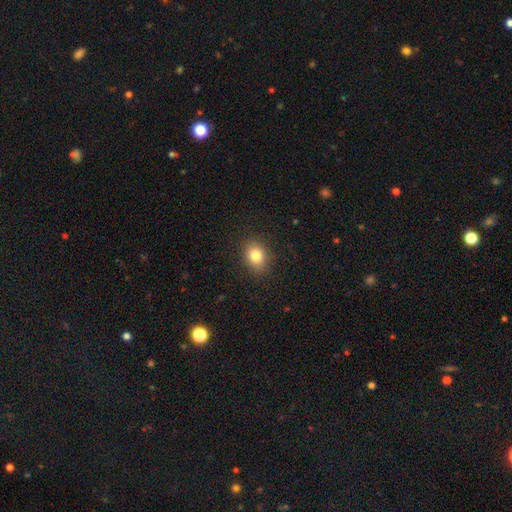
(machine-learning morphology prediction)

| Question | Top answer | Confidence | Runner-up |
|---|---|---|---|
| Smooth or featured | smooth | 82% | star or artifact (10%) |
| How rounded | in between | 55% | round (44%) |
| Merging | none | 88% | minor disturbance (8%) |